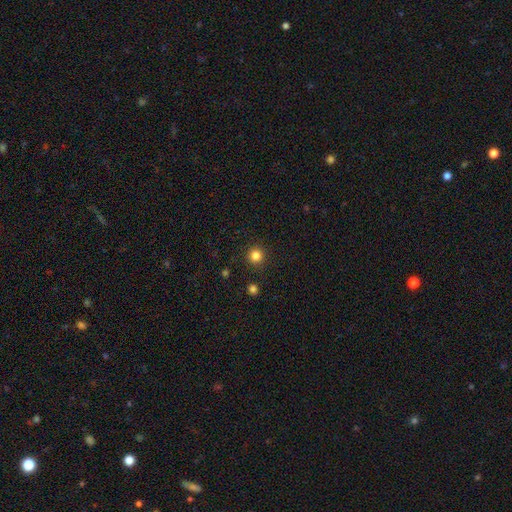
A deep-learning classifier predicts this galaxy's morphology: Smooth or featured? Predicted: smooth (p=0.83). How rounded? Predicted: round (p=0.95). Merging? Predicted: none (p=0.91).